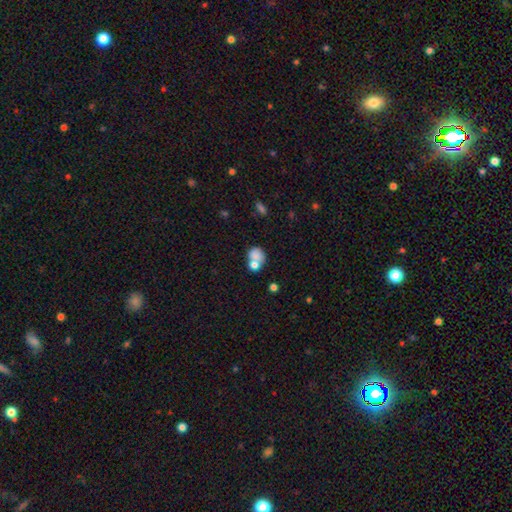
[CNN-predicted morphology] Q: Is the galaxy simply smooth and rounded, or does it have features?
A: smooth — 75%.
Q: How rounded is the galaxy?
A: round — 63%.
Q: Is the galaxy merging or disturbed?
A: merger — 45%.